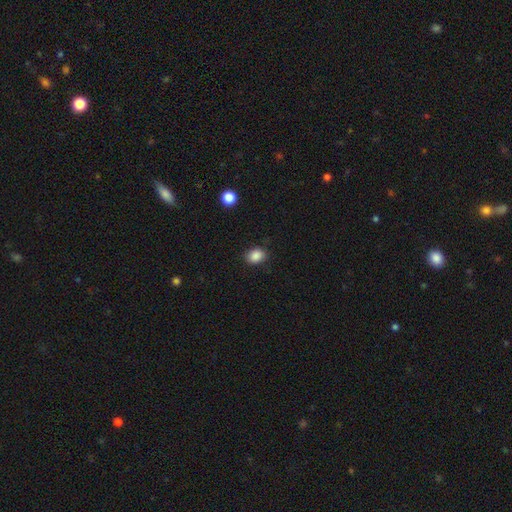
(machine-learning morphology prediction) smooth-or-featured: smooth: 87% | star or artifact: 10% | featured or disk: 3%
  how-rounded: in between: 56% | round: 44% | cigar-shaped: 1%
  merging: none: 84% | minor disturbance: 12% | major disturbance: 3% | merger: 1%